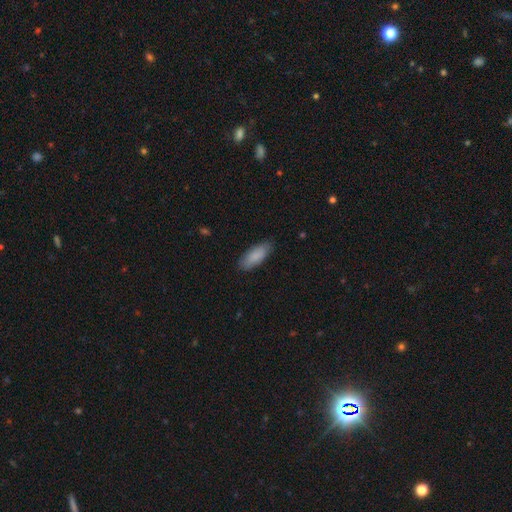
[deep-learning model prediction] smooth 86%, featured or disk 8%, star or artifact 6%. Down the decision tree: how rounded — in between (77%); merging — none (83%).